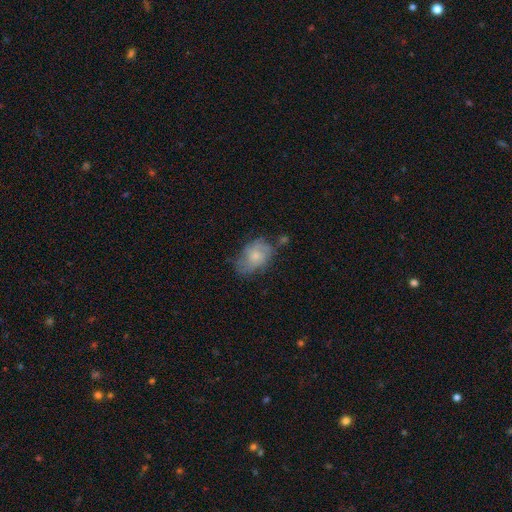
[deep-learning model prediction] smooth-or-featured: featured or disk: 55% | smooth: 37% | star or artifact: 8%
  disk-edge-on: no: 97% | yes: 3%
    bar: no: 77% | weak: 21% | strong: 2%
    has-spiral-arms: yes: 78% | no: 22%
    bulge-size: small: 52% | moderate: 35% | none: 8% | large: 3% | dominant: 1%
  merging: none: 55% | minor disturbance: 28% | major disturbance: 13% | merger: 4%